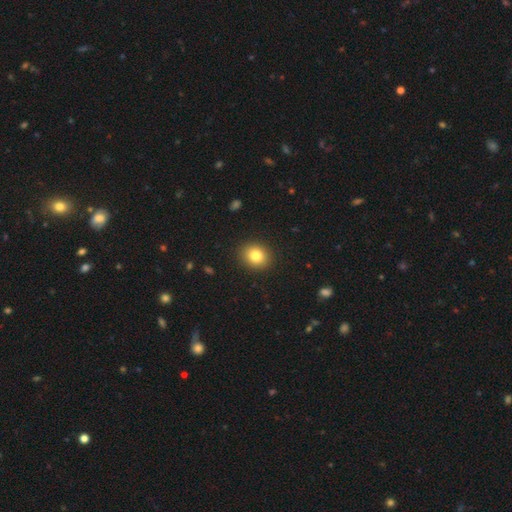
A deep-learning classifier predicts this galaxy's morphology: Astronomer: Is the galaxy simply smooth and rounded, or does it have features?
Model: smooth — 82%.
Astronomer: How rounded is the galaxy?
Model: round — 69%.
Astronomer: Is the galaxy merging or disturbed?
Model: none — 91%.